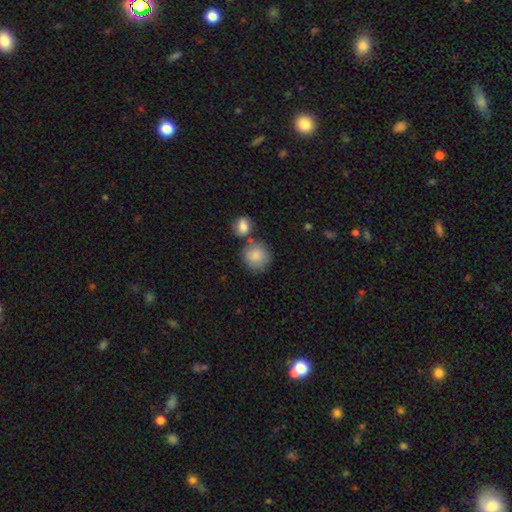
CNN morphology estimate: Smooth or featured?
  - smooth: 86% *
  - star or artifact: 7%
  - featured or disk: 7%
How rounded?
  - round: 88% *
  - in between: 11%
  - cigar-shaped: 1%
Merging?
  - none: 64% *
  - merger: 18%
  - minor disturbance: 13%
  - major disturbance: 4%